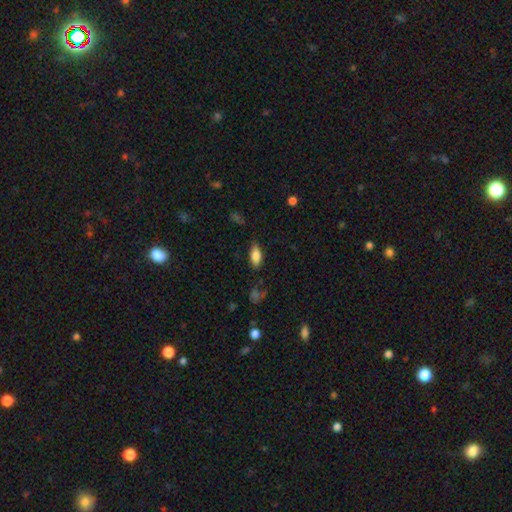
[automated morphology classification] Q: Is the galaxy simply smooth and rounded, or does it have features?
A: smooth — 79%.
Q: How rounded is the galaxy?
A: in between — 85%.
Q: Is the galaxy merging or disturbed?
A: none — 78%.